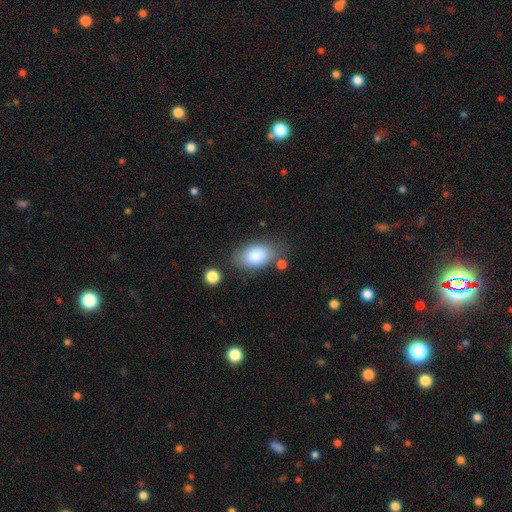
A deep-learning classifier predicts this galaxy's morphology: Smooth or featured?
  - smooth: 83% *
  - featured or disk: 10%
  - star or artifact: 7%
How rounded?
  - in between: 91% *
  - round: 7%
  - cigar-shaped: 2%
Merging?
  - none: 72% *
  - minor disturbance: 17%
  - merger: 6%
  - major disturbance: 5%